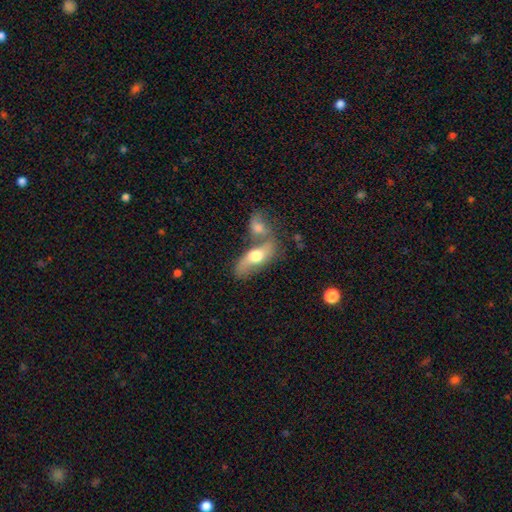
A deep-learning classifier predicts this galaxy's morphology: Smooth or featured: featured or disk — 47% (smooth — 46%)
Merging: merger — 41% (tied with none — 41%)